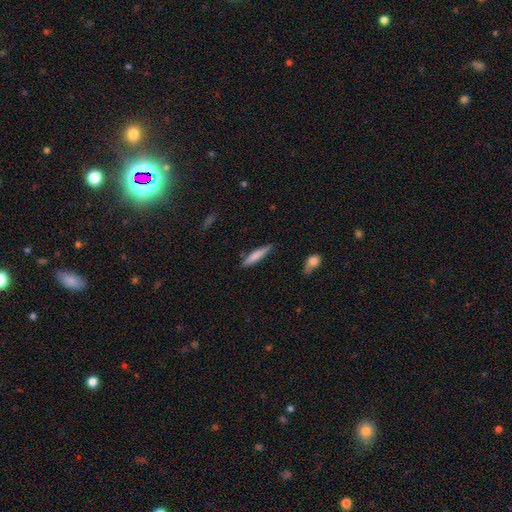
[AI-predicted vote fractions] smooth 75%, featured or disk 19%, star or artifact 6%. Down the decision tree: how rounded — cigar-shaped (89%); merging — none (84%).